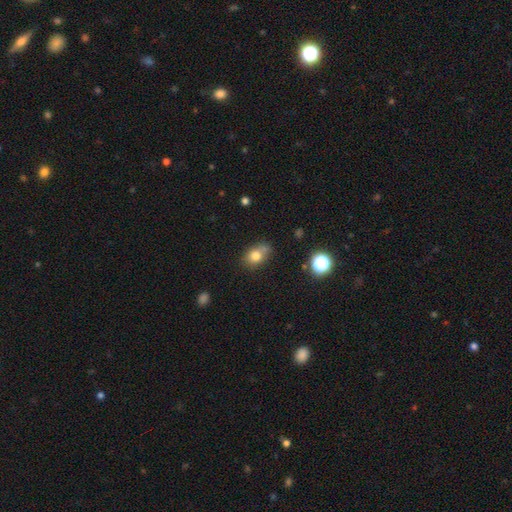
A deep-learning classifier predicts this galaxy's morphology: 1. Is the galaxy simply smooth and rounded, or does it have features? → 77% smooth, 12% star or artifact, 11% featured or disk.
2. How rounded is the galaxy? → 67% in between, 32% round, 2% cigar-shaped.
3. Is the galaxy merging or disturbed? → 56% none, 26% minor disturbance, 11% merger, 7% major disturbance.